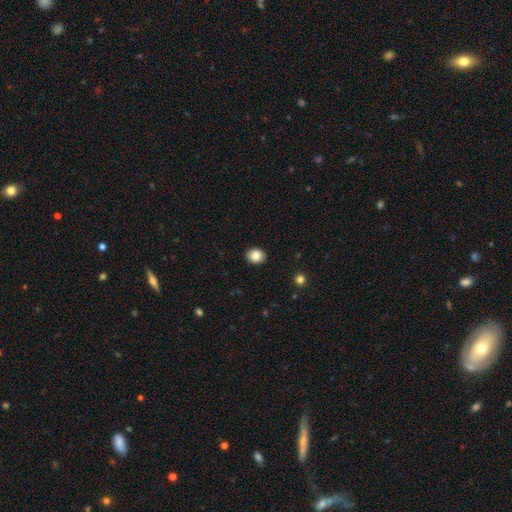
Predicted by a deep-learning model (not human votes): smooth-or-featured: smooth: 85% | star or artifact: 9% | featured or disk: 6%
  how-rounded: round: 57% | in between: 42% | cigar-shaped: 1%
  merging: none: 90% | minor disturbance: 7% | major disturbance: 2% | merger: 1%